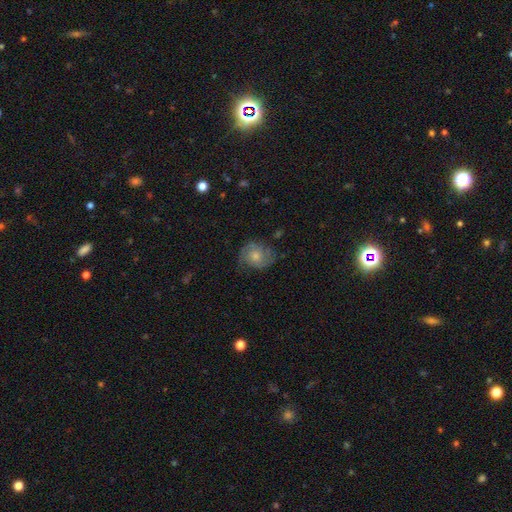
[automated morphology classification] The model was most divided on "bulge size": moderate: 45%, small: 44%, none: 5%, large: 5%, dominant: 1%. More confident: edge-on disk — no (97%); spiral arms — yes (86%); bar — no (78%); merging — none (63%); smooth or featured — featured or disk (55%).